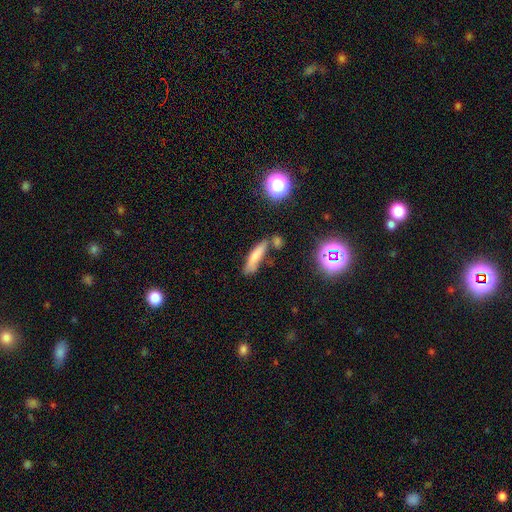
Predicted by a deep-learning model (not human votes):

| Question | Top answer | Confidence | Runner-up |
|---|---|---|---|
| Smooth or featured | smooth | 70% | featured or disk (19%) |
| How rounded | cigar-shaped | 73% | in between (24%) |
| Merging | none | 59% | minor disturbance (20%) |